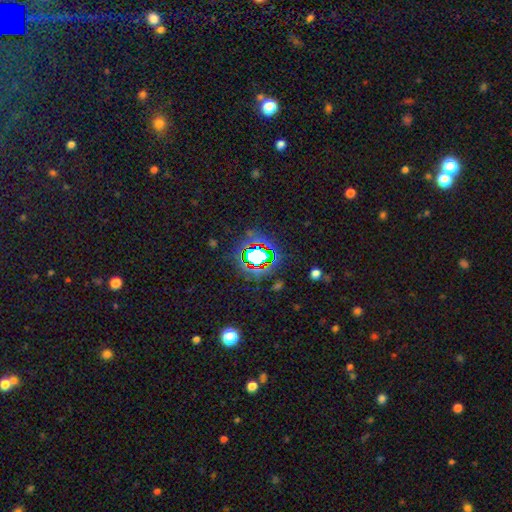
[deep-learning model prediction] Morphology: type=star or artifact (65%).